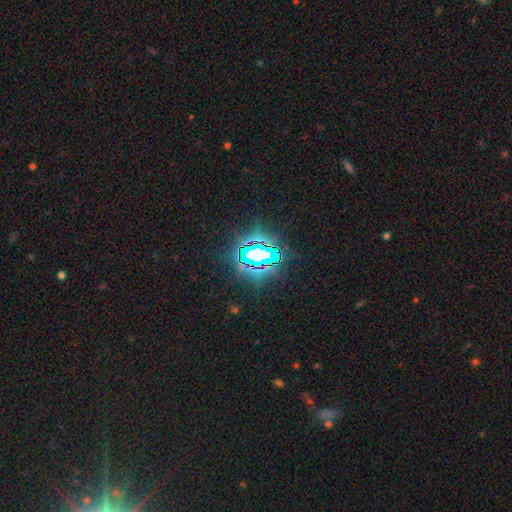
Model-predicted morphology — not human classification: Smooth or featured? Predicted: star or artifact (p=0.76).